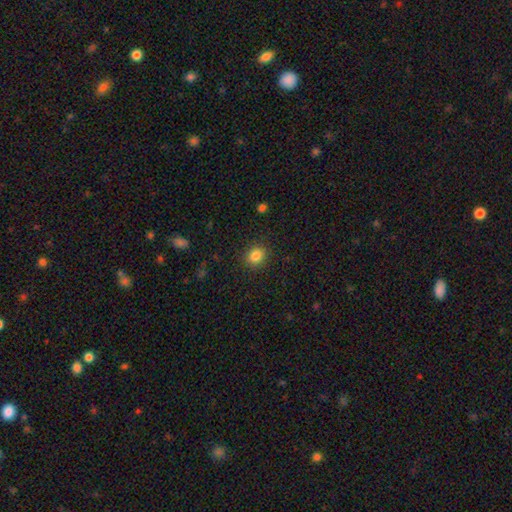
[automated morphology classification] A smooth galaxy with no disk features (84%) that is round (74%).

Vote fractions:
- Smooth or featured? smooth: 84% / star or artifact: 11% / featured or disk: 5%
- How rounded? round: 74% / in between: 25% / cigar-shaped: 1%
- Merging? none: 89% / minor disturbance: 7% / major disturbance: 3% / merger: 1%